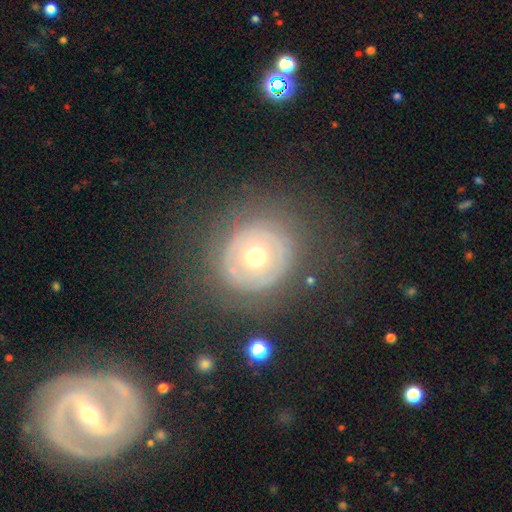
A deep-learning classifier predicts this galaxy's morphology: This appears to be a featured or disk galaxy (48%). Merging: none (77%).